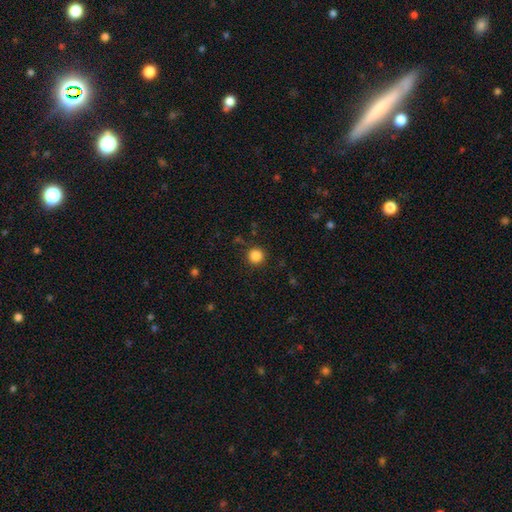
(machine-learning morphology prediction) type=smooth (85%); roundness=round (94%); merging=none (89%).